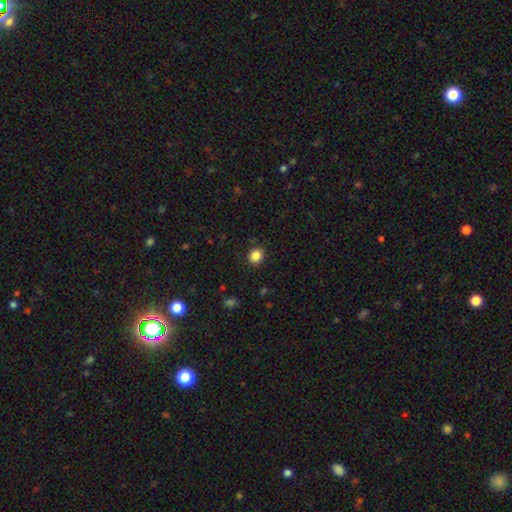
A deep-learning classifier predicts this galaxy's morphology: Smooth or featured? Predicted: smooth (p=0.85). How rounded? Predicted: round (p=0.76). Merging? Predicted: none (p=0.89).